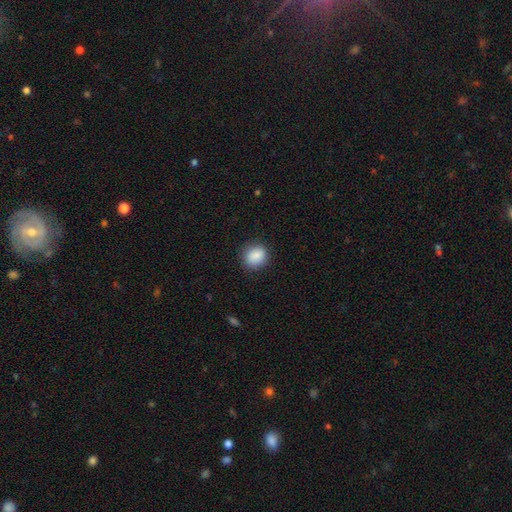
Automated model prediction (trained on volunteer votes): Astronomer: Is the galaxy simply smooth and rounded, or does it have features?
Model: smooth — 87%.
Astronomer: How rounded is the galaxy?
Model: round — 72%.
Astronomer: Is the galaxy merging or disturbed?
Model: none — 85%.